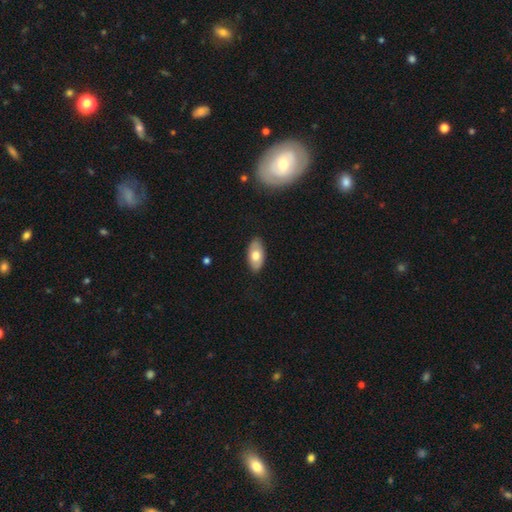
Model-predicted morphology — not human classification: Overall: smooth (68%). How rounded: in between (94%). Merging: none (86%).